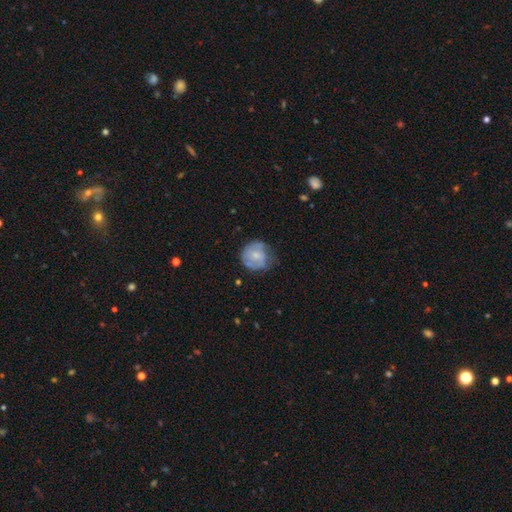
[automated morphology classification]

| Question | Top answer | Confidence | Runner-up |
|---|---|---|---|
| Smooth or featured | featured or disk | 49% | smooth (44%) |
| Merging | none | 58% | minor disturbance (28%) |